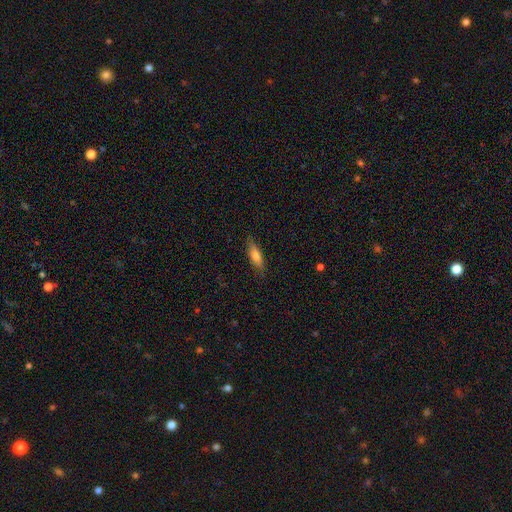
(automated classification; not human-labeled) Q: Smooth or featured?
A: smooth (62%); runner-up: featured or disk (31%)
Q: How rounded?
A: cigar-shaped (67%); runner-up: in between (31%)
Q: Merging?
A: none (85%); runner-up: minor disturbance (12%)